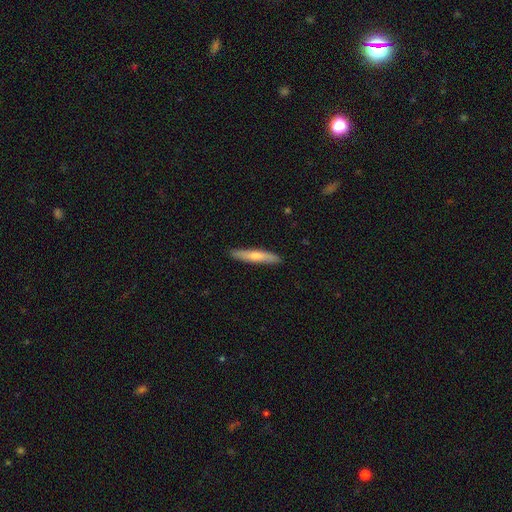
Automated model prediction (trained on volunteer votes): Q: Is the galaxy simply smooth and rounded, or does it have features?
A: smooth — 54%.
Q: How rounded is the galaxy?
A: cigar-shaped — 90%.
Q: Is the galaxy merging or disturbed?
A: none — 90%.